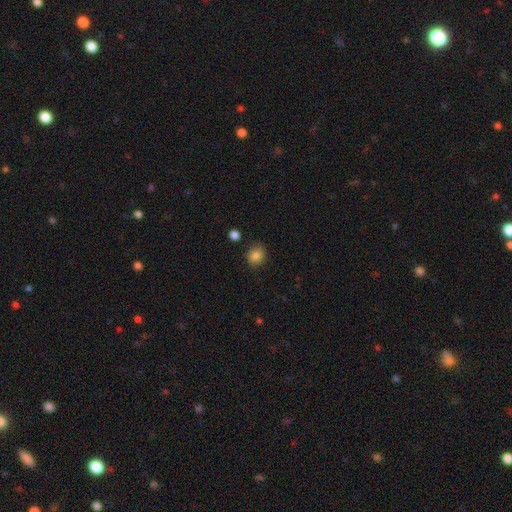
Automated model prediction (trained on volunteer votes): smooth-or-featured: smooth: 85% | star or artifact: 10% | featured or disk: 5%
  how-rounded: round: 60% | in between: 39% | cigar-shaped: 1%
  merging: none: 83% | minor disturbance: 11% | major disturbance: 3% | merger: 3%